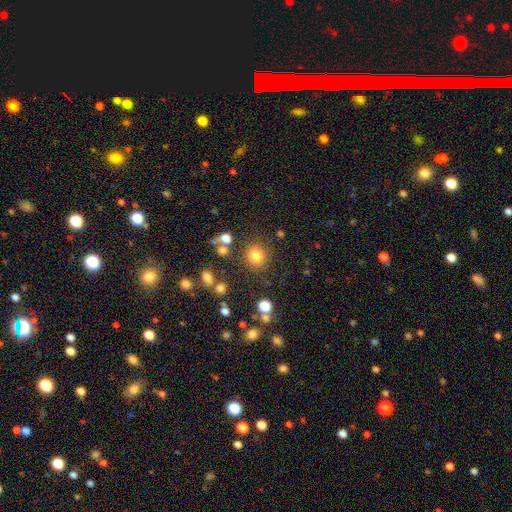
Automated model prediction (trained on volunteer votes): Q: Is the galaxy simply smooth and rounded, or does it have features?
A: smooth — 79%.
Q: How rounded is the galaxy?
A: round — 90%.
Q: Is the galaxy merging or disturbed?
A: none — 83%.